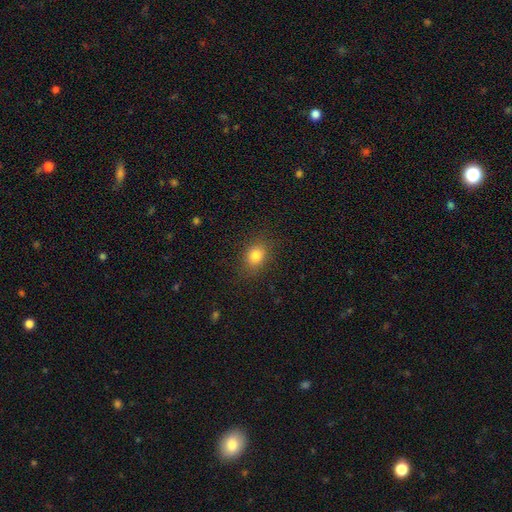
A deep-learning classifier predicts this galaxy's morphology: smooth_or_featured: smooth (p=0.82) [alt: star or artifact p=0.11]
how_rounded: in between (p=0.56) [alt: round p=0.42]
merging: none (p=0.84) [alt: minor disturbance p=0.12]